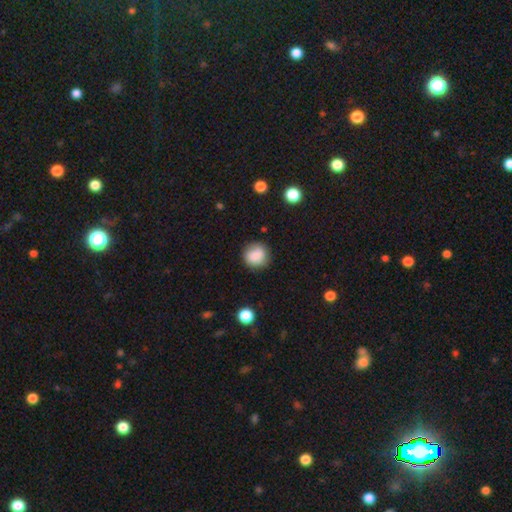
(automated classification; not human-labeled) This appears to be a smooth galaxy with no disk features (85%) that is round (87%). Merging: none (82%).